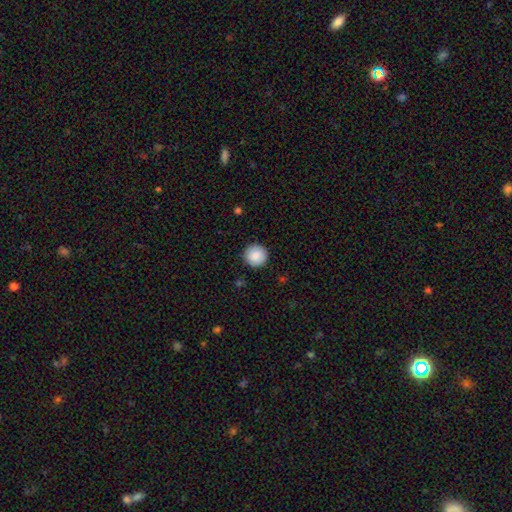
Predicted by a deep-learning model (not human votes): The model was most divided on "smooth or featured": smooth: 89%, star or artifact: 8%, featured or disk: 4%. More confident: how rounded — round (96%); merging — none (91%).